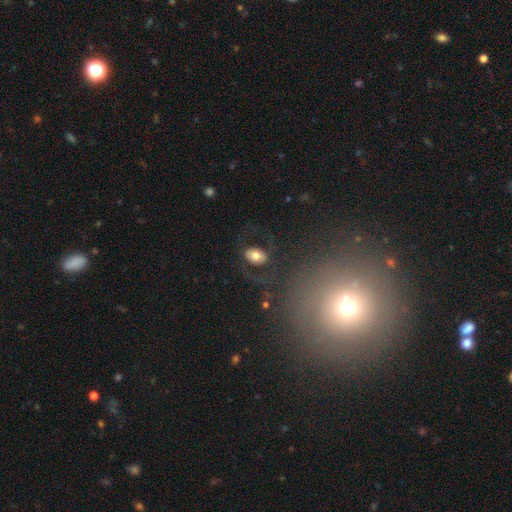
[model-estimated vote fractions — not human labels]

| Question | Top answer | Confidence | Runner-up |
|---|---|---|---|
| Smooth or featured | smooth | 59% | featured or disk (33%) |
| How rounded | in between | 77% | round (22%) |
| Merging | none | 75% | minor disturbance (12%) |